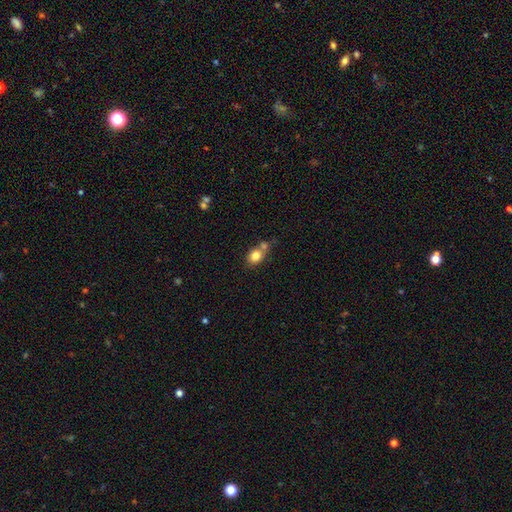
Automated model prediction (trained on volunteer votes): A smooth galaxy with no disk features (80%) that is in between round and cigar-shaped (52%).

Vote fractions:
- Smooth or featured? smooth: 80% / featured or disk: 11% / star or artifact: 9%
- How rounded? in between: 52% / round: 46% / cigar-shaped: 2%
- Merging? none: 46% / merger: 36% / minor disturbance: 13% / major disturbance: 5%